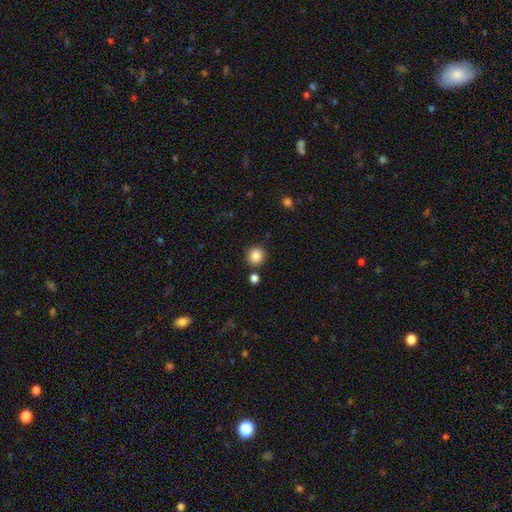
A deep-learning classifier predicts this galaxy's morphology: Smooth or featured?
  - smooth: 85% *
  - star or artifact: 10%
  - featured or disk: 4%
How rounded?
  - round: 92% *
  - in between: 7%
  - cigar-shaped: 1%
Merging?
  - none: 86% *
  - minor disturbance: 7%
  - merger: 5%
  - major disturbance: 2%